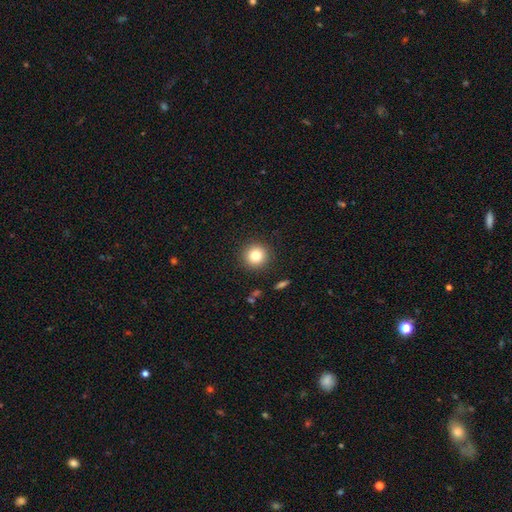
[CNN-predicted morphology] Smooth or featured? smooth (80%)
How rounded? round (95%)
Merging? none (91%)